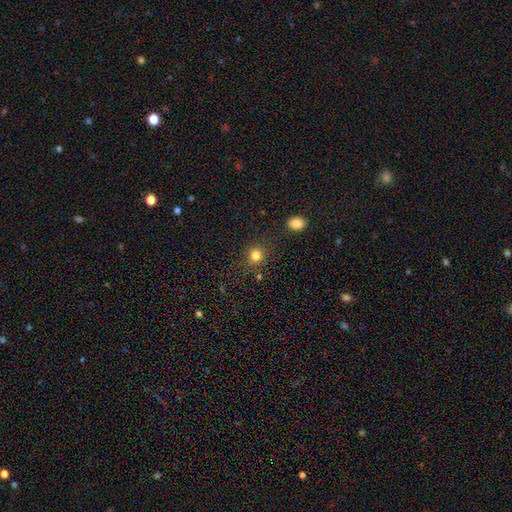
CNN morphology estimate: A smooth galaxy with no disk features (82%) that is round (87%).

Vote fractions:
- Smooth or featured? smooth: 82% / star or artifact: 13% / featured or disk: 5%
- How rounded? round: 87% / in between: 12% / cigar-shaped: 1%
- Merging? none: 84% / minor disturbance: 9% / merger: 4% / major disturbance: 3%